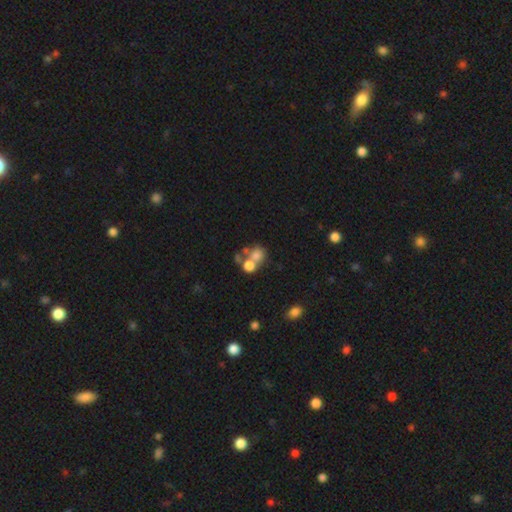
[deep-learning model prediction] The model was most divided on "merging": merger: 54%, none: 31%, minor disturbance: 8%, major disturbance: 7%. More confident: how rounded — round (73%); smooth or featured — smooth (68%).